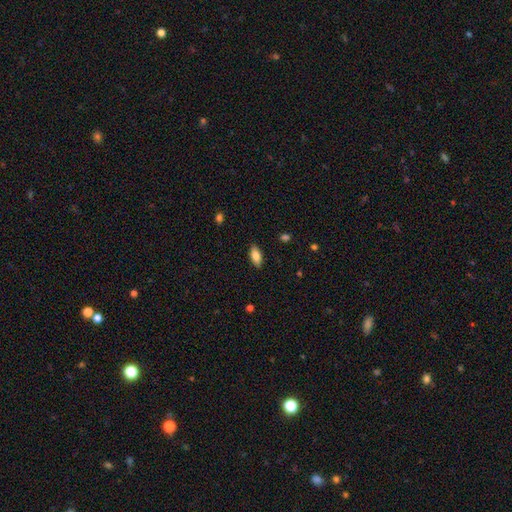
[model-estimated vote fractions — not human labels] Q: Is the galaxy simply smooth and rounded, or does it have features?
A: smooth — 78%.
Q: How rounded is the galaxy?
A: in between — 84%.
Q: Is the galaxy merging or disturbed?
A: none — 88%.